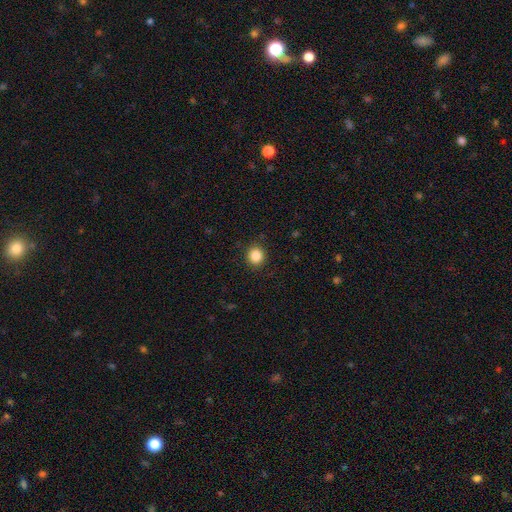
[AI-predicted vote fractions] Morphology: type=smooth (87%); roundness=round (88%); merging=none (90%).